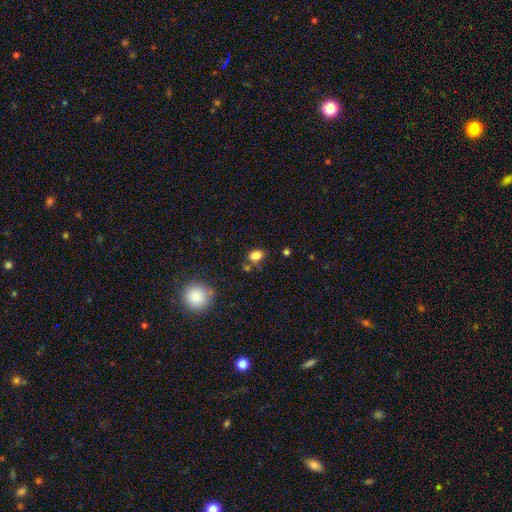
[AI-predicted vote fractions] A smooth galaxy with no disk features (82%) that is in between round and cigar-shaped (69%).

Vote fractions:
- Smooth or featured? smooth: 82% / star or artifact: 12% / featured or disk: 6%
- How rounded? in between: 69% / round: 29% / cigar-shaped: 1%
- Merging? none: 70% / minor disturbance: 17% / merger: 9% / major disturbance: 5%